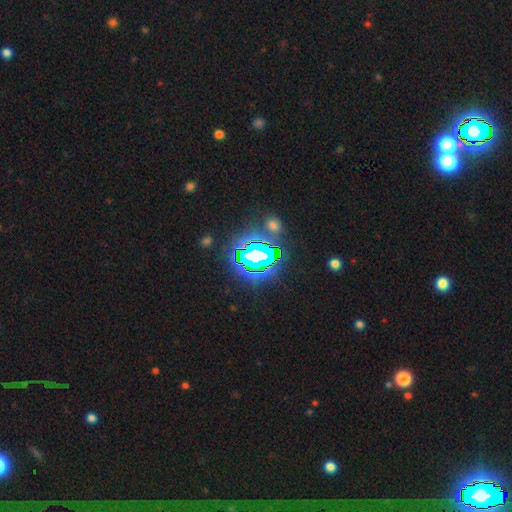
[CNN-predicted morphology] Smooth or featured? Predicted: star or artifact (p=0.78).